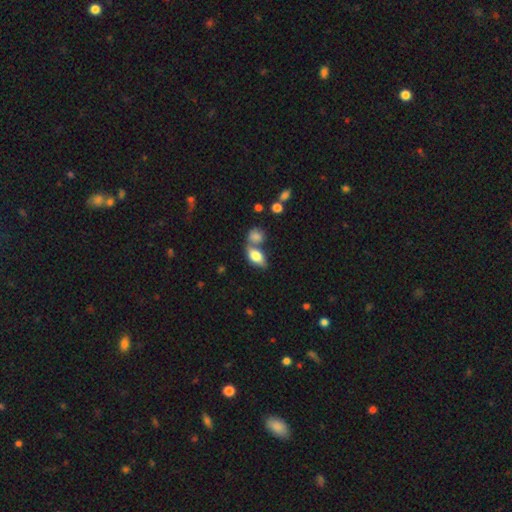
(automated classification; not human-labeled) smooth 78%, featured or disk 15%, star or artifact 8%. Down the decision tree: how rounded — in between (87%); merging — merger (41%).